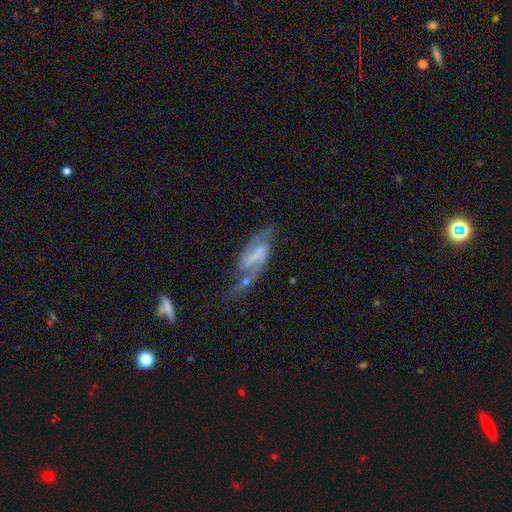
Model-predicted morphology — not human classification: Smooth or featured?
  - featured or disk: 82% *
  - smooth: 11%
  - star or artifact: 7%
Edge-on disk?
  - no: 94% *
  - yes: 6%
Bar?
  - weak: 43% *
  - strong: 38%
  - no: 19%
Spiral arms?
  - yes: 93% *
  - no: 7%
Spiral winding?
  - loose: 48% *
  - medium: 40%
  - tight: 12%
Spiral arm count?
  - 2: 89% *
  - can't tell: 4%
  - 1: 4%
  - 3: 1%
  - 4: 1%
  - more than 4: 1%
Bulge size?
  - none: 43% *
  - small: 37%
  - moderate: 16%
  - large: 3%
  - dominant: 1%
Merging?
  - none: 51% *
  - minor disturbance: 20%
  - major disturbance: 18%
  - merger: 10%